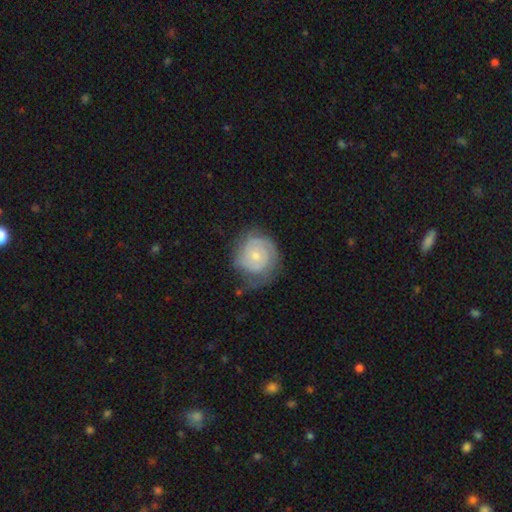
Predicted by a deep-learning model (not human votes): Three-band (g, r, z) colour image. It shows a featured or disk galaxy (71%) with no bar (74%), 2 (44%) tight (70%) spiral arms (91%) and a small central bulge (61%). Merging: none (61%).